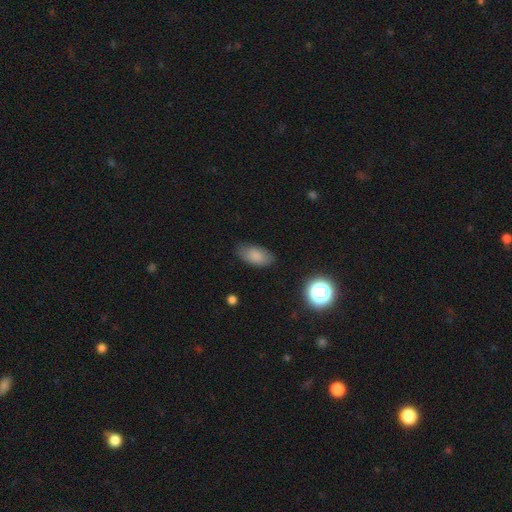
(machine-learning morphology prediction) This appears to be a smooth galaxy with no disk features (81%) that is in between round and cigar-shaped (92%). Merging: none (80%).